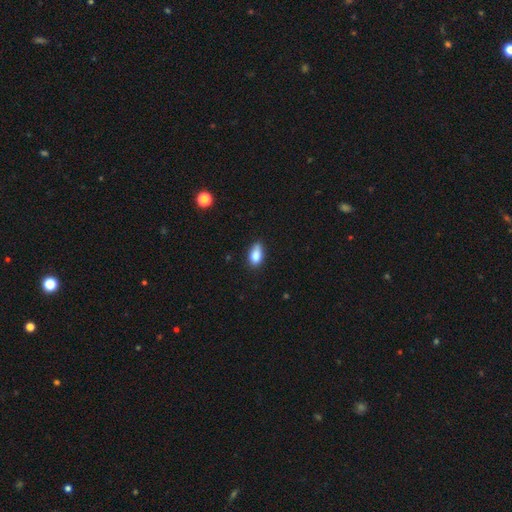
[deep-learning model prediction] Smooth or featured? smooth (83%)
How rounded? in between (89%)
Merging? none (69%)